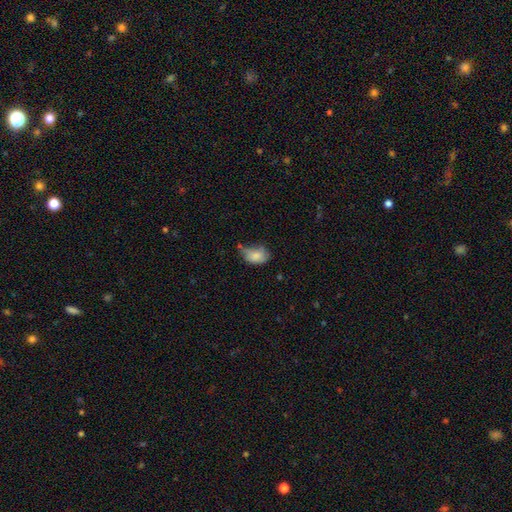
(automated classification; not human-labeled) Q: Smooth or featured?
A: smooth (78%); runner-up: featured or disk (14%)
Q: How rounded?
A: in between (80%); runner-up: round (19%)
Q: Merging?
A: minor disturbance (41%); runner-up: none (35%)